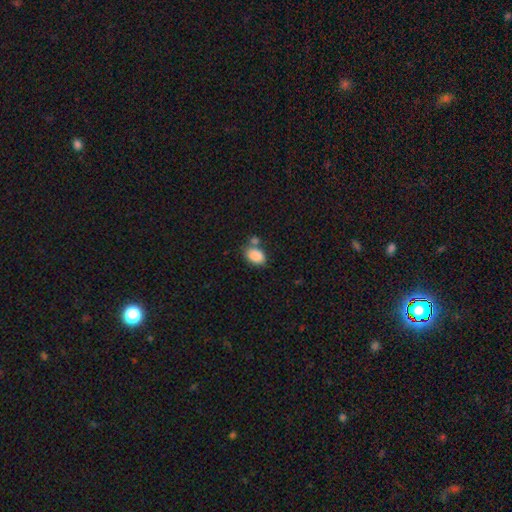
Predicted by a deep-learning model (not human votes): This appears to be a smooth galaxy with no disk features (87%) that is in between round and cigar-shaped (85%). Merging: none (56%).